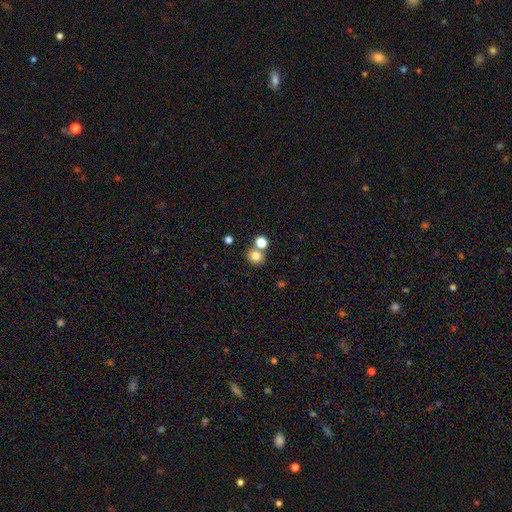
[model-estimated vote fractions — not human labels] A smooth galaxy with no disk features (80%) that is round (85%).

Vote fractions:
- Smooth or featured? smooth: 80% / star or artifact: 13% / featured or disk: 7%
- How rounded? round: 85% / in between: 14% / cigar-shaped: 1%
- Merging? none: 61% / merger: 29% / minor disturbance: 7% / major disturbance: 3%